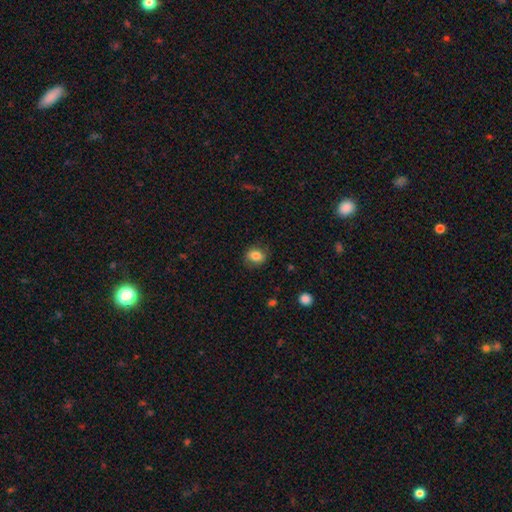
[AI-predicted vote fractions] Smooth or featured: smooth — 82% (star or artifact — 10%)
How rounded: round — 52% (in between — 47%)
Merging: none — 81% (minor disturbance — 14%)